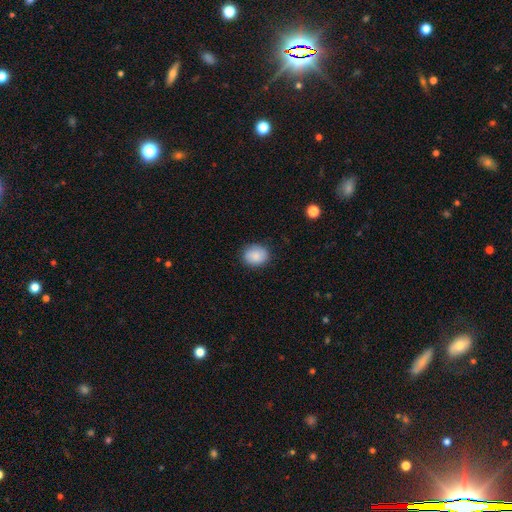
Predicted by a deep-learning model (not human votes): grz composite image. It shows a smooth galaxy with no disk features (87%) that is round (58%). Merging: none (85%).